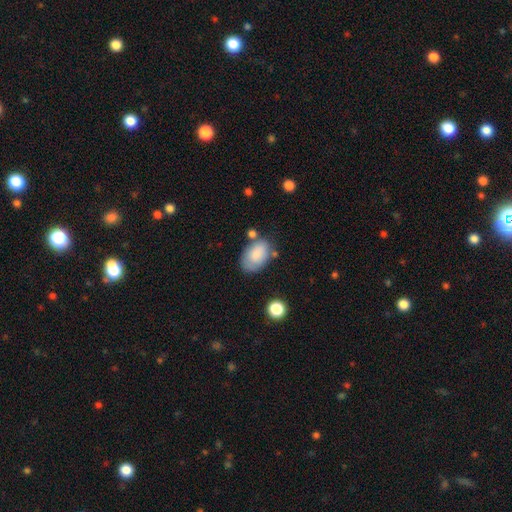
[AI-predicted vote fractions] The model was most divided on "merging": none: 63%, minor disturbance: 21%, merger: 9%, major disturbance: 6%. More confident: how rounded — in between (90%); smooth or featured — smooth (83%).